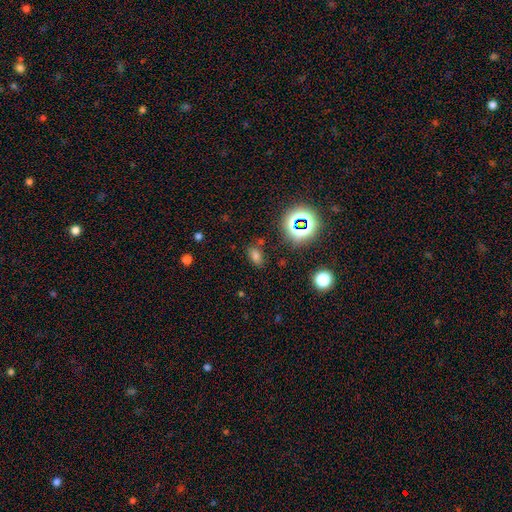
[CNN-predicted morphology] Smooth or featured?
  - smooth: 65% *
  - star or artifact: 27%
  - featured or disk: 8%
How rounded?
  - in between: 84% *
  - round: 12%
  - cigar-shaped: 3%
Merging?
  - none: 77% *
  - minor disturbance: 14%
  - major disturbance: 5%
  - merger: 4%